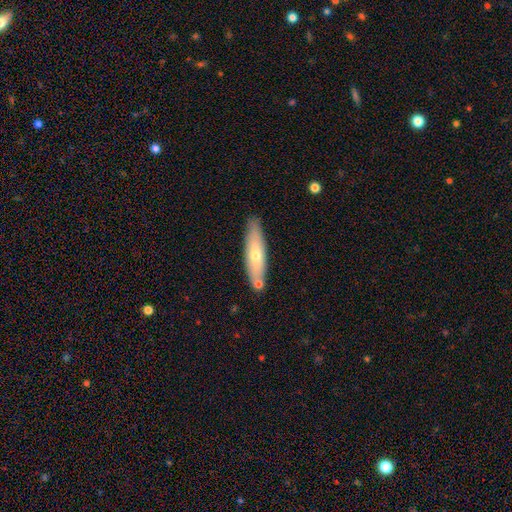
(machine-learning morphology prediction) Smooth or featured: smooth — 56% (featured or disk — 38%)
How rounded: cigar-shaped — 73% (in between — 26%)
Merging: none — 76% (minor disturbance — 13%)